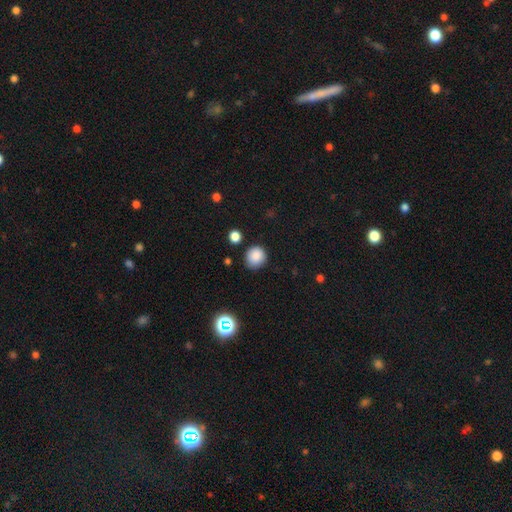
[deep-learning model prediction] smooth 86%, star or artifact 10%, featured or disk 4%. Down the decision tree: how rounded — round (86%); merging — none (79%).